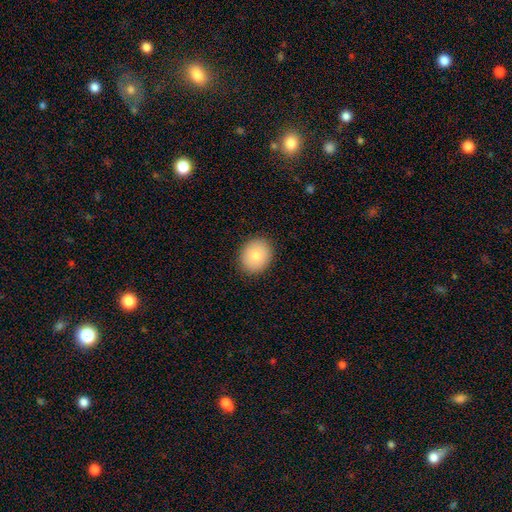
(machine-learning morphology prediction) Smooth or featured: smooth — 82% (featured or disk — 10%)
How rounded: round — 64% (in between — 36%)
Merging: none — 89% (minor disturbance — 8%)